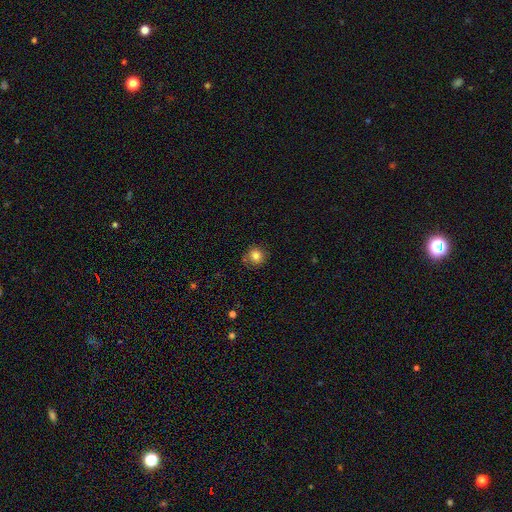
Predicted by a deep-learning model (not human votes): Morphology: type=smooth (83%); roundness=round (92%); merging=none (82%).